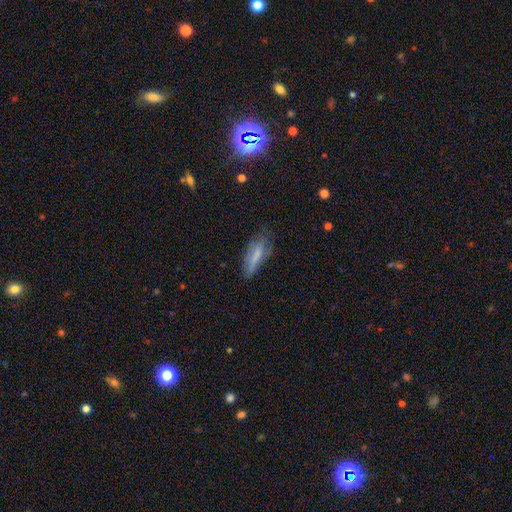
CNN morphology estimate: This is likely a smooth galaxy (68%). How rounded: possibly in between (54%). Merging: possibly none (56%).